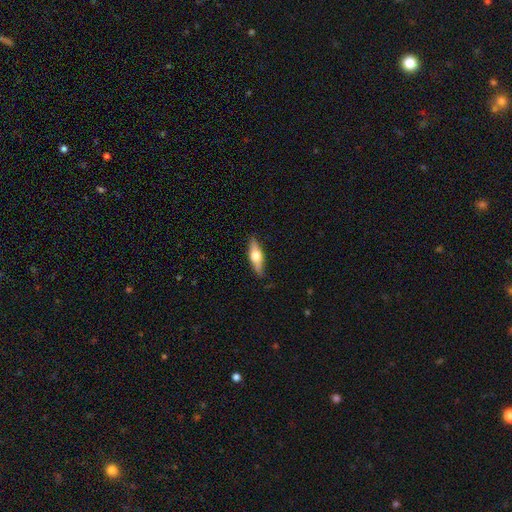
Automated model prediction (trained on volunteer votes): Morphology: type=featured or disk (55%); edge-on=yes (92%); edge-on bulge=rounded (94%); merging=none (84%).